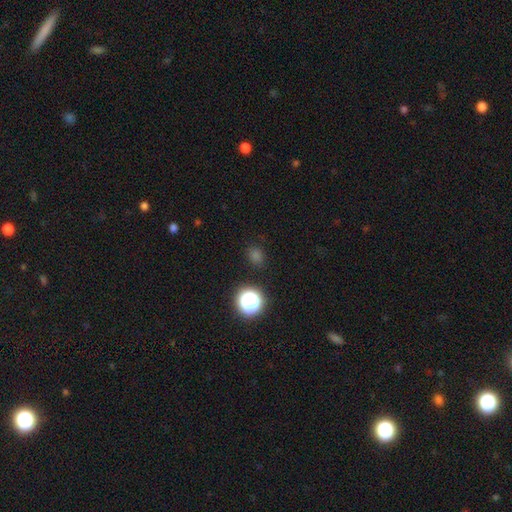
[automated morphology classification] A smooth galaxy with no disk features (60%) that is round (80%).

Vote fractions:
- Smooth or featured? smooth: 60% / star or artifact: 35% / featured or disk: 5%
- How rounded? round: 80% / in between: 19% / cigar-shaped: 1%
- Merging? none: 87% / minor disturbance: 8% / major disturbance: 3% / merger: 2%